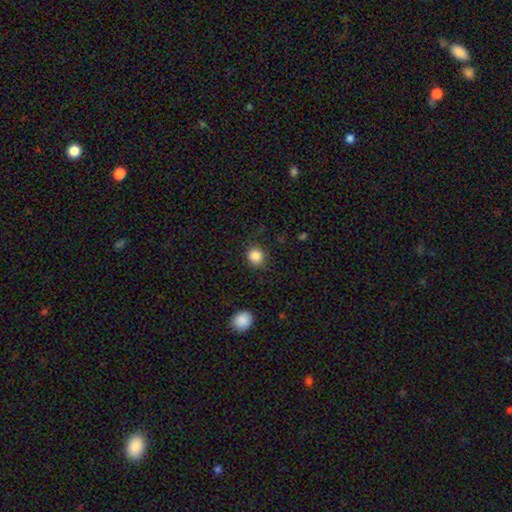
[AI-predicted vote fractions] Smooth or featured? smooth (86%)
How rounded? round (87%)
Merging? none (84%)